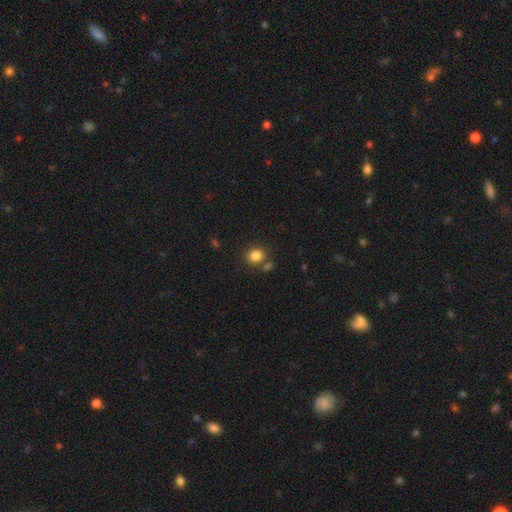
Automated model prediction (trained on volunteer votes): Smooth or featured?
  - smooth: 83% *
  - star or artifact: 11%
  - featured or disk: 6%
How rounded?
  - round: 81% *
  - in between: 18%
  - cigar-shaped: 1%
Merging?
  - none: 71% *
  - merger: 15%
  - minor disturbance: 10%
  - major disturbance: 4%